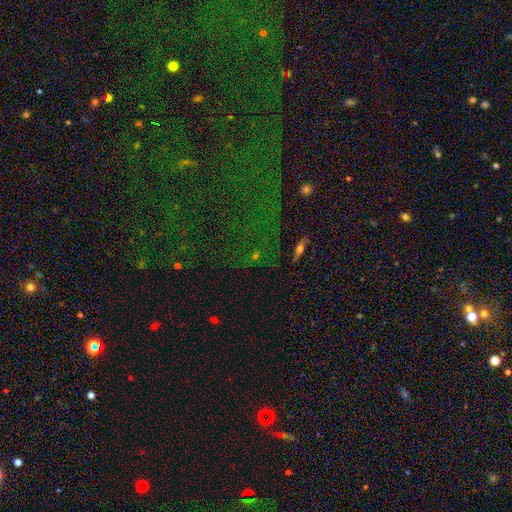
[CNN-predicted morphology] A star or artifact, not a galaxy (68%).

Vote fractions:
- Smooth or featured? star or artifact: 68% / smooth: 20% / featured or disk: 12%